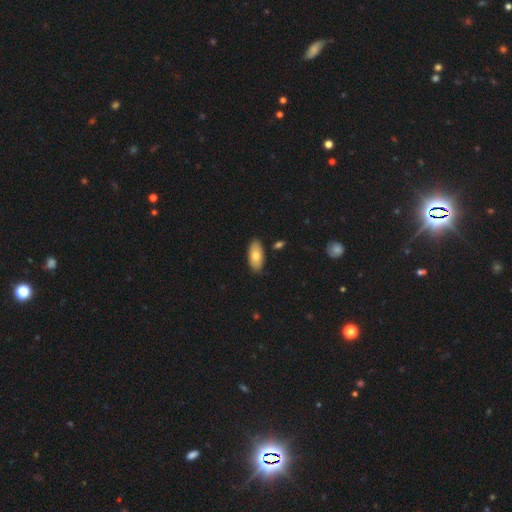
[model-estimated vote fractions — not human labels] Smooth or featured: smooth — 74% (featured or disk — 20%)
How rounded: in between — 92% (cigar-shaped — 5%)
Merging: none — 85% (minor disturbance — 10%)